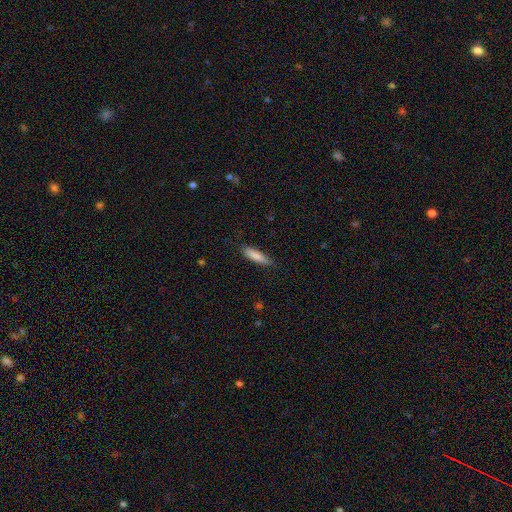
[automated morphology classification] smooth 82%, featured or disk 12%, star or artifact 6%. Down the decision tree: how rounded — cigar-shaped (67%); merging — none (84%).